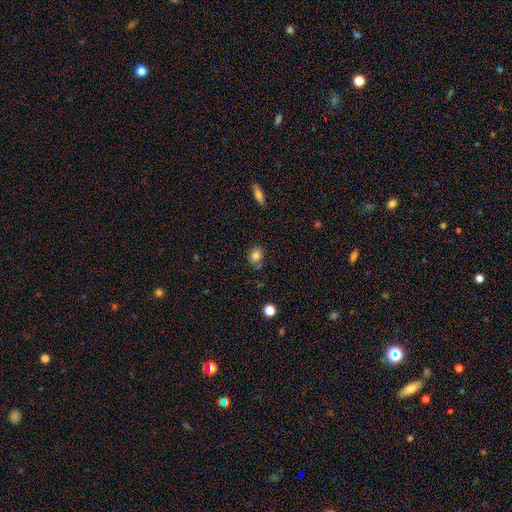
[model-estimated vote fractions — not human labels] Smooth or featured? Predicted: smooth (p=0.80). How rounded? Predicted: round (p=0.52). Merging? Predicted: none (p=0.74).